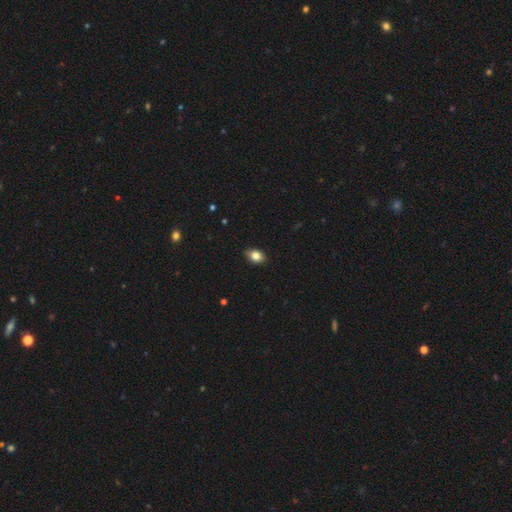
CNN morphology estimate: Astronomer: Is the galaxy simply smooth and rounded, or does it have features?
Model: smooth — 83%.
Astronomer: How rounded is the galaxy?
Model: in between — 81%.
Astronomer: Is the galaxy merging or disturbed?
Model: none — 86%.